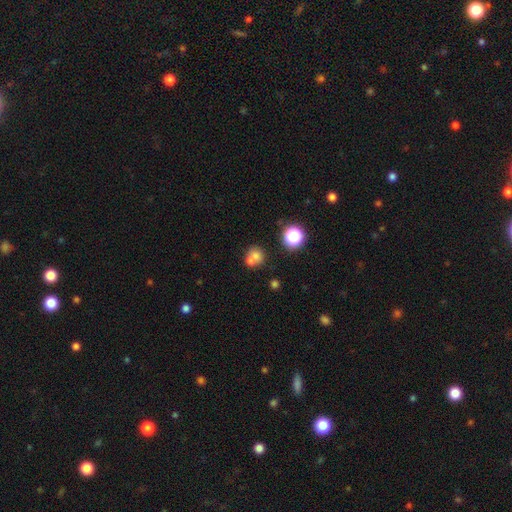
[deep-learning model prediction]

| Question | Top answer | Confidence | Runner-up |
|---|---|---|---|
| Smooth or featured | smooth | 69% | star or artifact (16%) |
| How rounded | round | 80% | in between (19%) |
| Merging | merger | 49% | none (40%) |